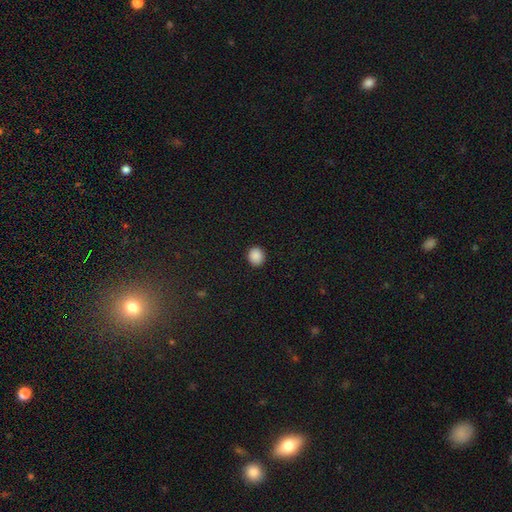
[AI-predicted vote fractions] A smooth galaxy with no disk features (89%) that is round (80%).

Vote fractions:
- Smooth or featured? smooth: 89% / star or artifact: 9% / featured or disk: 2%
- How rounded? round: 80% / in between: 19% / cigar-shaped: 1%
- Merging? none: 92% / minor disturbance: 6% / major disturbance: 2% / merger: 1%